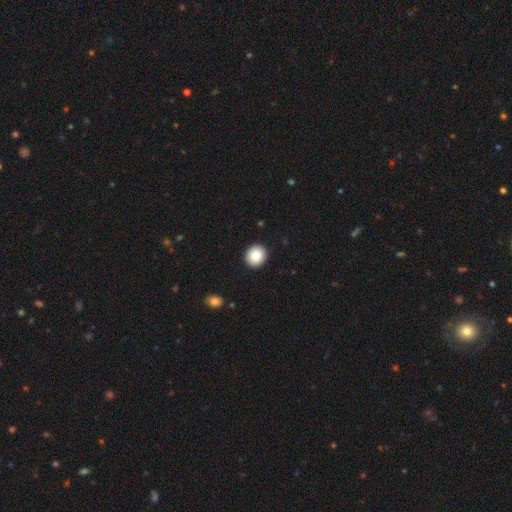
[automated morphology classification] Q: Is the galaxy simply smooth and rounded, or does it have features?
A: smooth — 84%.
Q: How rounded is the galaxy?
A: round — 87%.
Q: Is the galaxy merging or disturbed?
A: none — 93%.